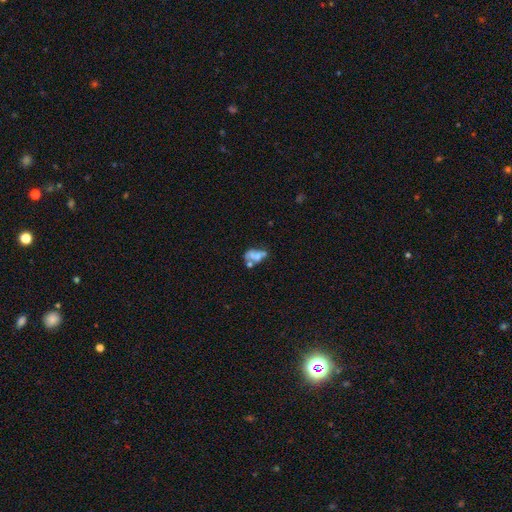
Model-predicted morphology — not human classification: Smooth or featured: smooth — 46% (featured or disk — 41%)
Merging: merger — 43% (none — 23%)